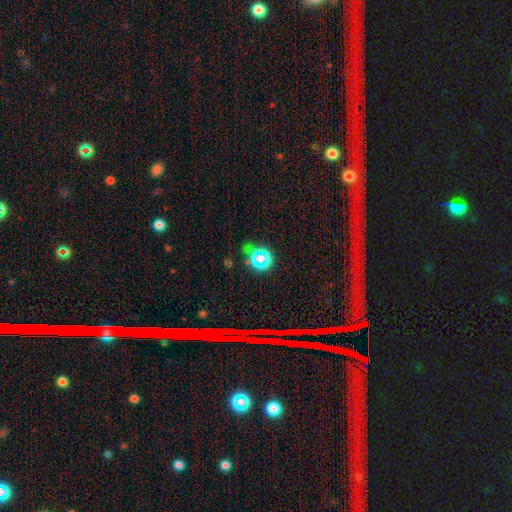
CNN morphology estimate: Smooth or featured? star or artifact (55%)